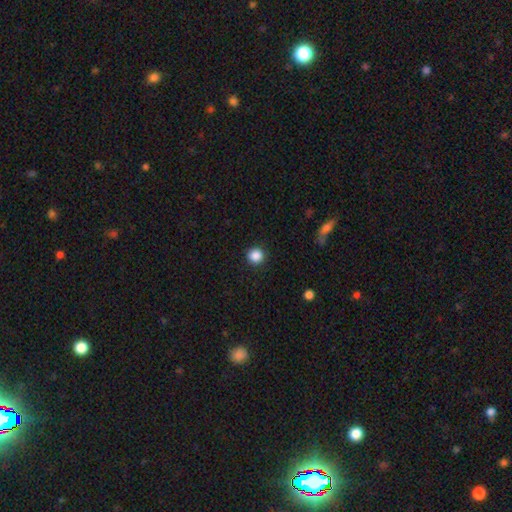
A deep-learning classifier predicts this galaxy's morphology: The model was most divided on "smooth or featured": smooth: 87%, star or artifact: 10%, featured or disk: 3%. More confident: how rounded — round (93%); merging — none (92%).